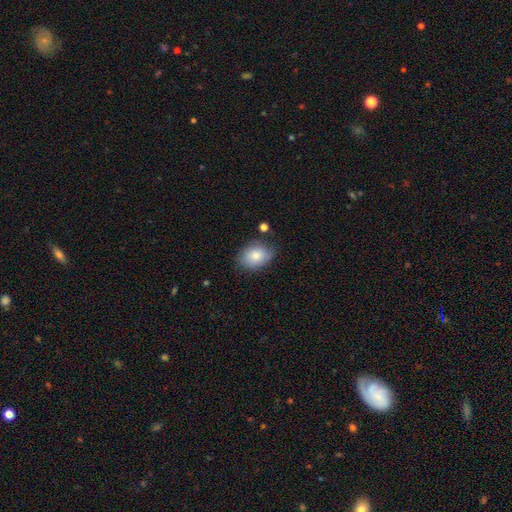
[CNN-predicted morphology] Smooth or featured? Predicted: smooth (p=0.76). How rounded? Predicted: in between (p=0.64). Merging? Predicted: none (p=0.70).